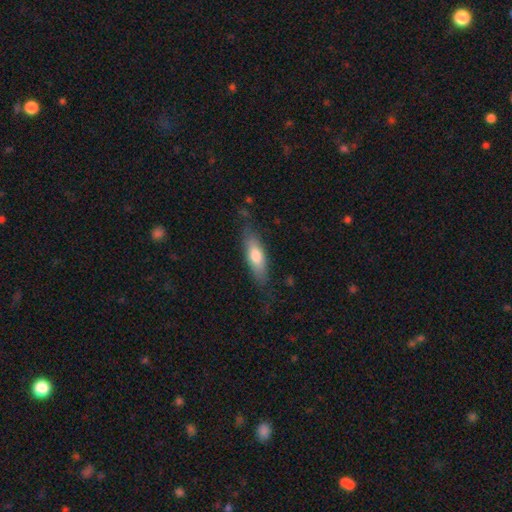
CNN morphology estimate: Smooth or featured: smooth — 69% (featured or disk — 25%)
How rounded: in between — 57% (cigar-shaped — 41%)
Merging: none — 74% (minor disturbance — 19%)